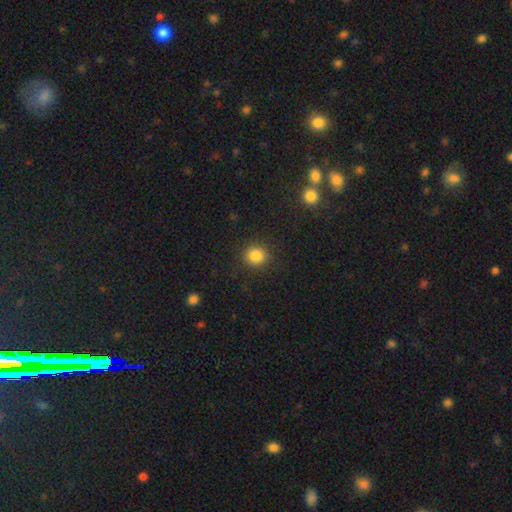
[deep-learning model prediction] Smooth or featured: smooth — 84% (star or artifact — 12%)
How rounded: round — 88% (in between — 11%)
Merging: none — 89% (minor disturbance — 7%)